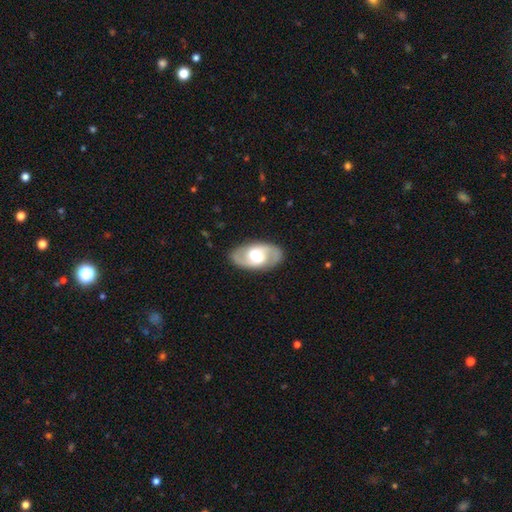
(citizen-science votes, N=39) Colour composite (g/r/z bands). It shows a featured or disk galaxy (72%) with a weak bar (59%), 2 (96%) medium (64%) spiral arms (93%) and a moderate central bulge (85%). Merging: none (92%).